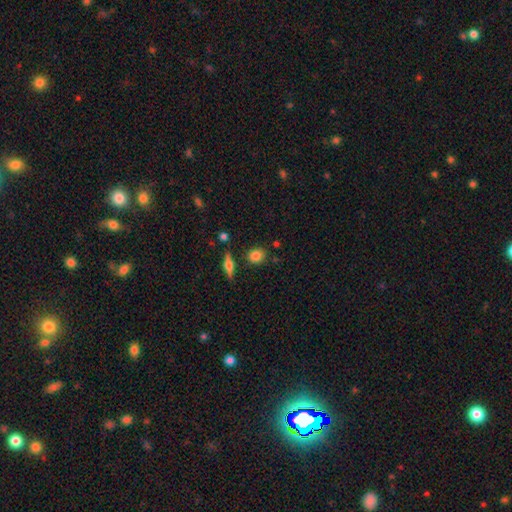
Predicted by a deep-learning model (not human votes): Smooth or featured? Predicted: smooth (p=0.81). How rounded? Predicted: round (p=0.69). Merging? Predicted: none (p=0.81).